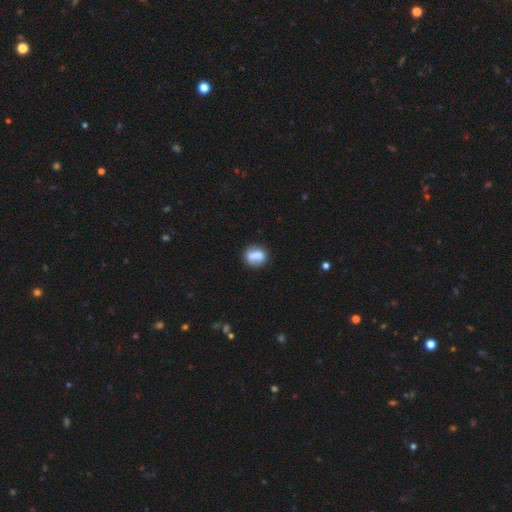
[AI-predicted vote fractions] Q: Smooth or featured?
A: smooth (72%); runner-up: featured or disk (20%)
Q: How rounded?
A: round (58%); runner-up: in between (39%)
Q: Merging?
A: none (68%); runner-up: minor disturbance (17%)